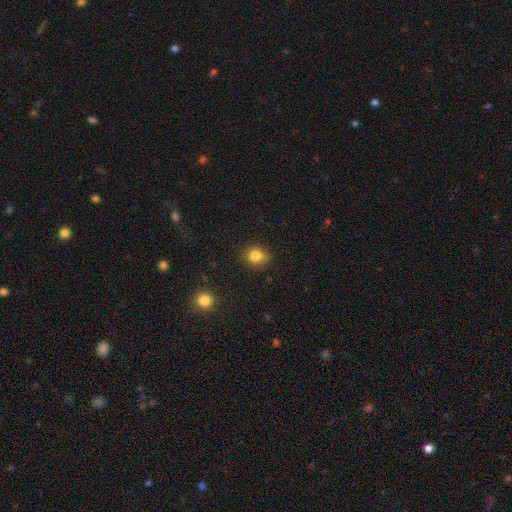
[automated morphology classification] Overall: smooth (84%). How rounded: round (77%). Merging: none (86%).